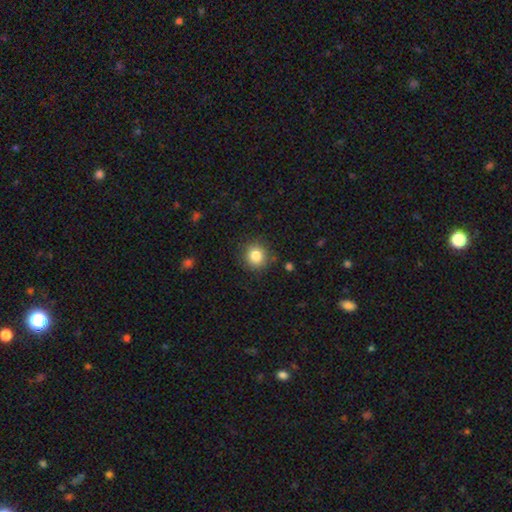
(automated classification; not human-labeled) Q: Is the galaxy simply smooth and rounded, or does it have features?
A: smooth — 84%.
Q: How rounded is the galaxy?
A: round — 88%.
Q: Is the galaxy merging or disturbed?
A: none — 86%.